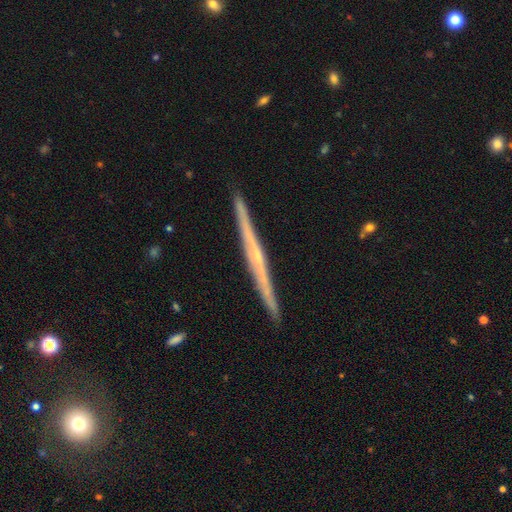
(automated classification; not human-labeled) smooth_or_featured: featured or disk (p=0.77) [alt: smooth p=0.17]
disk_edge_on: yes (p=0.98) [alt: no p=0.02]
edge_on_bulge: none (p=0.47) [alt: rounded p=0.46]
merging: none (p=0.92) [alt: minor disturbance p=0.06]